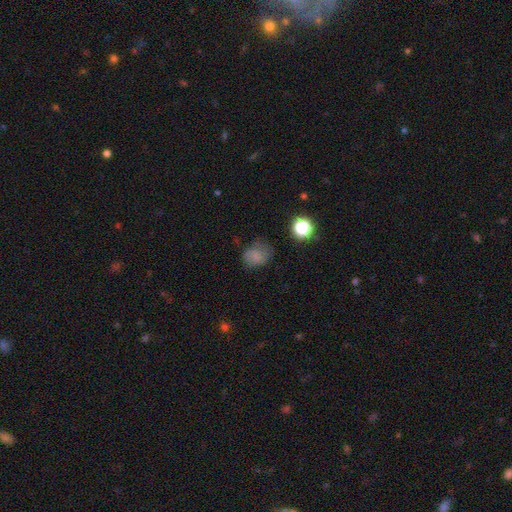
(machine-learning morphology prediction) Smooth or featured: smooth — 67% (featured or disk — 18%)
How rounded: round — 54% (in between — 45%)
Merging: none — 59% (minor disturbance — 26%)